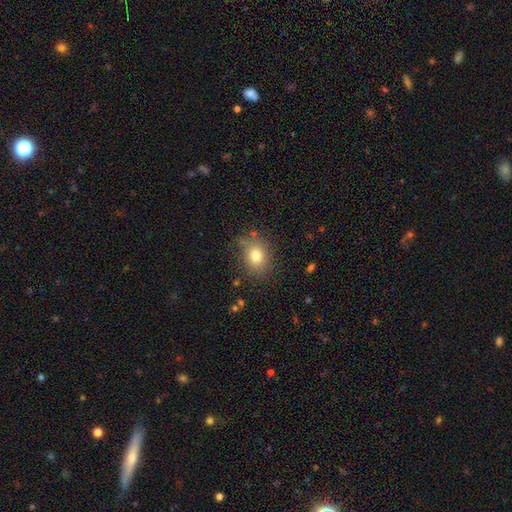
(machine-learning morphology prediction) Smooth or featured?
  - smooth: 77% *
  - star or artifact: 12%
  - featured or disk: 11%
How rounded?
  - in between: 54% *
  - round: 45%
  - cigar-shaped: 1%
Merging?
  - none: 77% *
  - minor disturbance: 15%
  - major disturbance: 5%
  - merger: 3%